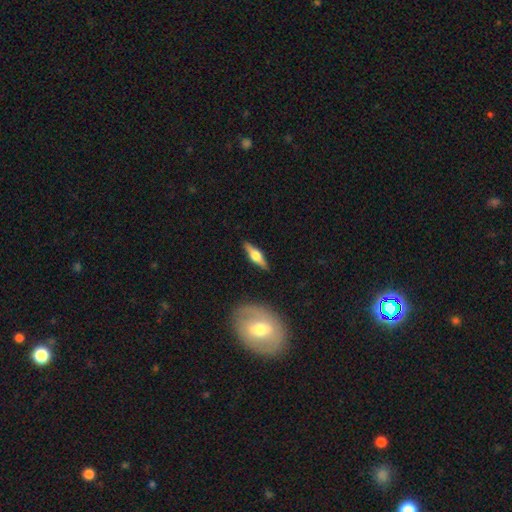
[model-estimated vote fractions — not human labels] This is likely a featured or disk galaxy (68%). It is clearly viewed edge-on (95%). Edge-on bulge: clearly rounded (92%). Merging: clearly none (88%).